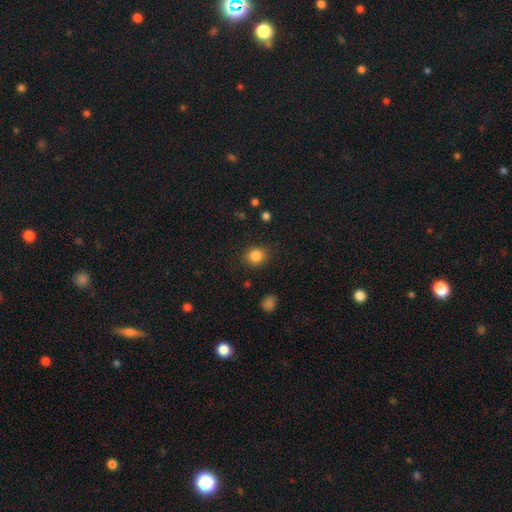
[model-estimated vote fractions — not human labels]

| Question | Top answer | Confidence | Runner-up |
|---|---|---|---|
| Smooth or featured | smooth | 85% | star or artifact (11%) |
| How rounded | round | 76% | in between (23%) |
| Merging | none | 87% | minor disturbance (9%) |